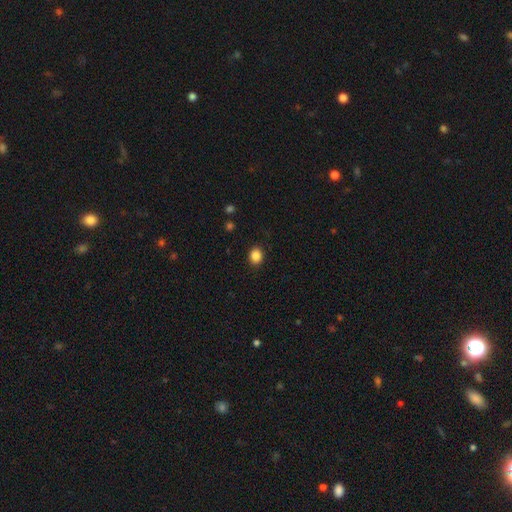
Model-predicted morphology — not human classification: Smooth or featured? Predicted: smooth (p=0.86). How rounded? Predicted: round (p=0.66). Merging? Predicted: none (p=0.90).